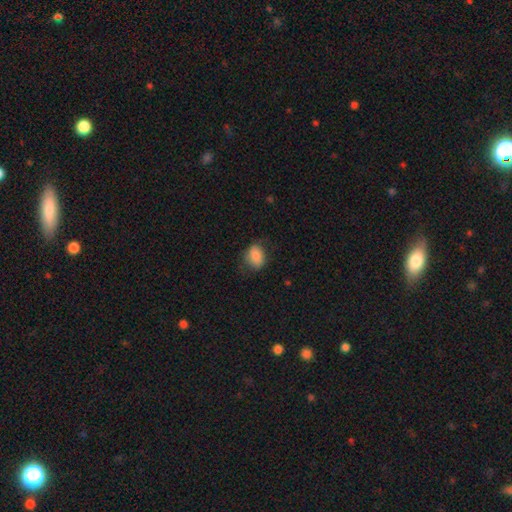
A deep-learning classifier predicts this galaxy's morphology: Smooth or featured: smooth — 82% (featured or disk — 10%)
How rounded: in between — 71% (round — 28%)
Merging: none — 67% (minor disturbance — 24%)